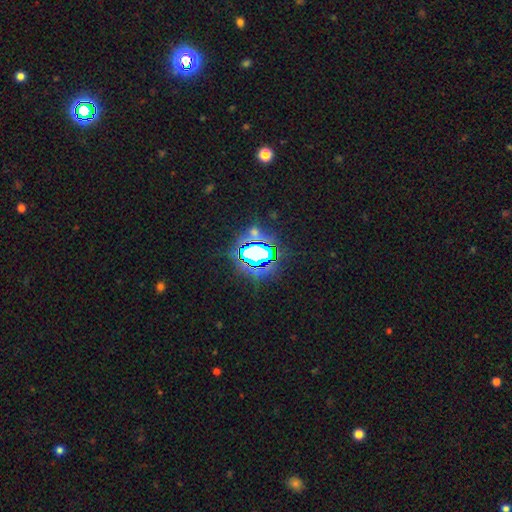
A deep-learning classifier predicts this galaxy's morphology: Smooth or featured?
  - star or artifact: 71% *
  - smooth: 18%
  - featured or disk: 11%